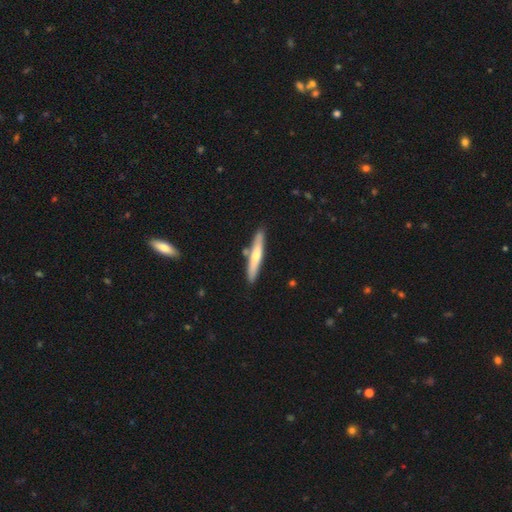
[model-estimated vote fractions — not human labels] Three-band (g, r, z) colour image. It shows a smooth galaxy with no disk features (56%) that is cigar-shaped (92%). Merging: none (82%).